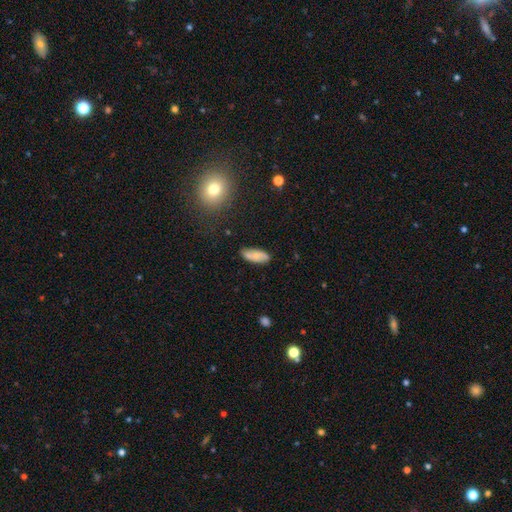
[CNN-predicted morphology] smooth-or-featured: smooth: 68% | featured or disk: 24% | star or artifact: 8%
  how-rounded: in between: 80% | cigar-shaped: 17% | round: 3%
  merging: none: 77% | minor disturbance: 17% | major disturbance: 3% | merger: 2%